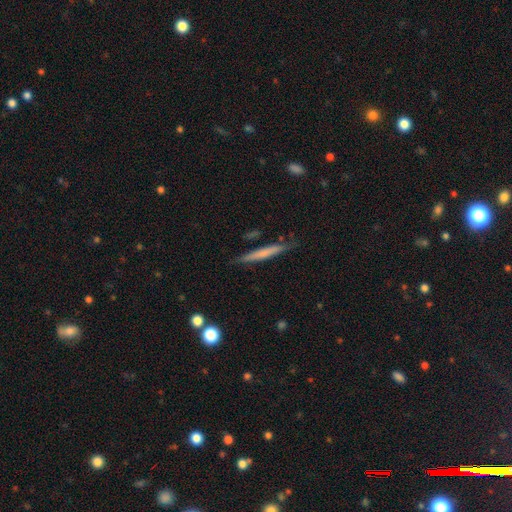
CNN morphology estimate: This appears to be a smooth galaxy with no disk features (46%). Merging: none (84%).